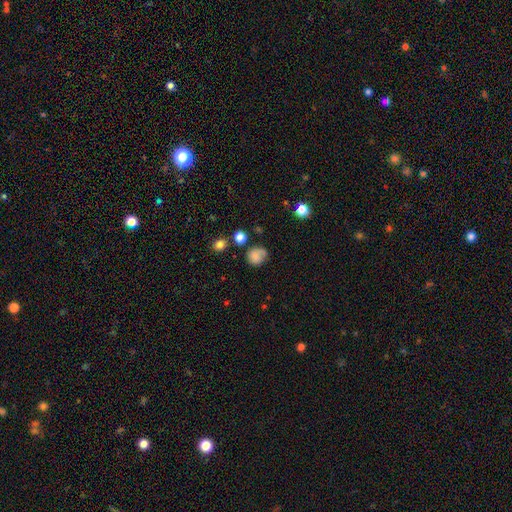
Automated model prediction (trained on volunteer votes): Morphology: type=smooth (72%); roundness=round (79%); merging=none (57%).